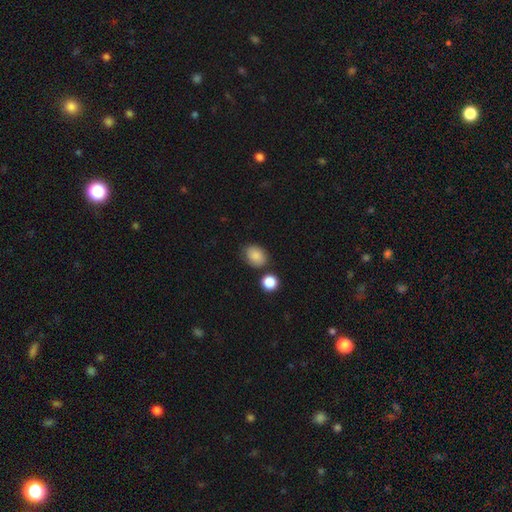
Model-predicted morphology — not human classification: Smooth or featured? smooth (85%)
How rounded? in between (58%)
Merging? none (74%)